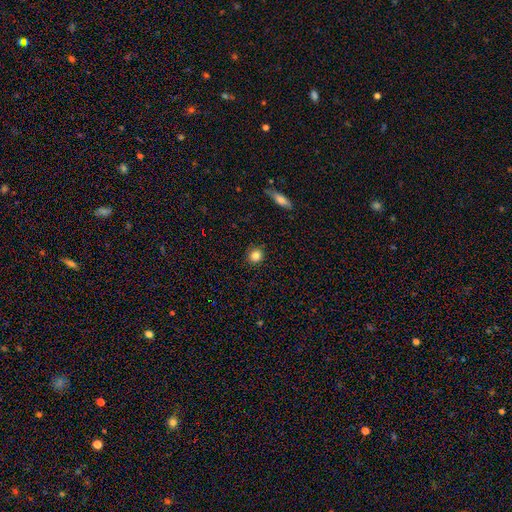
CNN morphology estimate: smooth_or_featured: smooth (p=0.84) [alt: star or artifact p=0.10]
how_rounded: round (p=0.88) [alt: in between p=0.11]
merging: none (p=0.90) [alt: minor disturbance p=0.07]